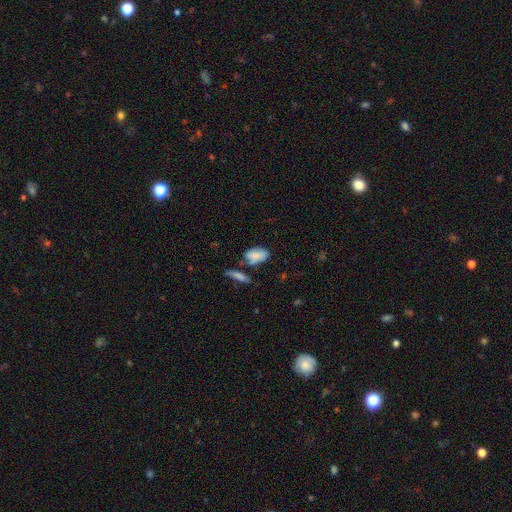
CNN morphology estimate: type=smooth (78%); roundness=in between (90%); merging=none (50%).